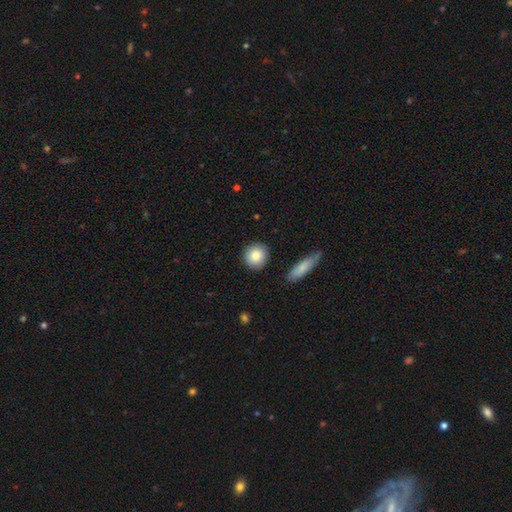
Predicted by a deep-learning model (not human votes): This appears to be a smooth galaxy with no disk features (86%) that is round (89%). Merging: none (88%).